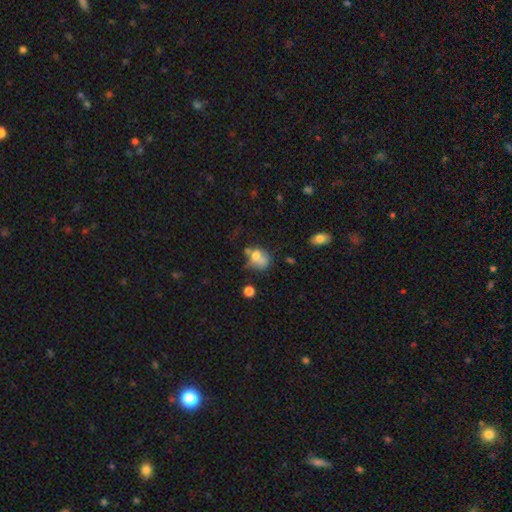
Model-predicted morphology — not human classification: This is likely a smooth galaxy (63%). How rounded: possibly in between (50%). Merging: marginally merger (32%).